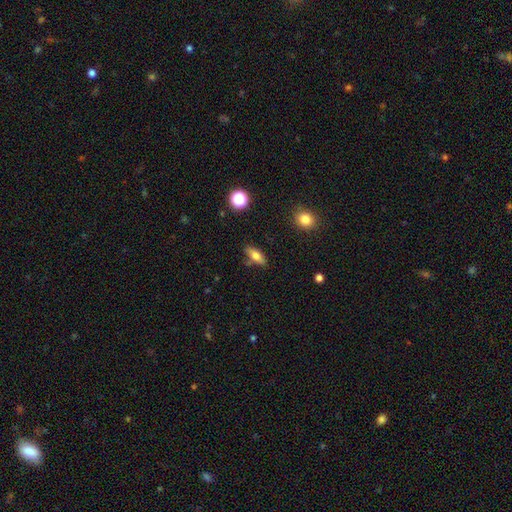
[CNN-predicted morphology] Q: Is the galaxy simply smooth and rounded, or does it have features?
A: smooth — 70%.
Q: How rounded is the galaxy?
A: in between — 71%.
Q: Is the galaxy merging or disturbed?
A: none — 77%.